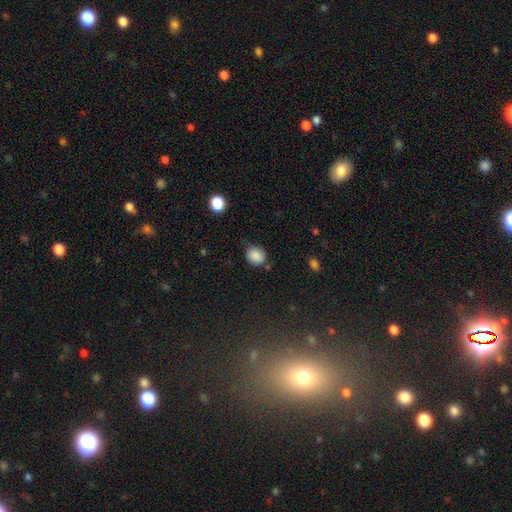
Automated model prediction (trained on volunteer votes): Smooth or featured? smooth (86%)
How rounded? round (64%)
Merging? none (68%)